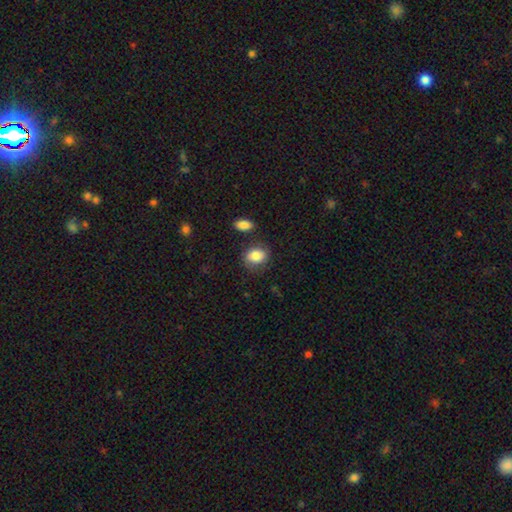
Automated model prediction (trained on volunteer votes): Smooth or featured?
  - smooth: 83% *
  - featured or disk: 10%
  - star or artifact: 7%
How rounded?
  - in between: 60% *
  - round: 38%
  - cigar-shaped: 1%
Merging?
  - none: 72% *
  - minor disturbance: 17%
  - merger: 6%
  - major disturbance: 5%